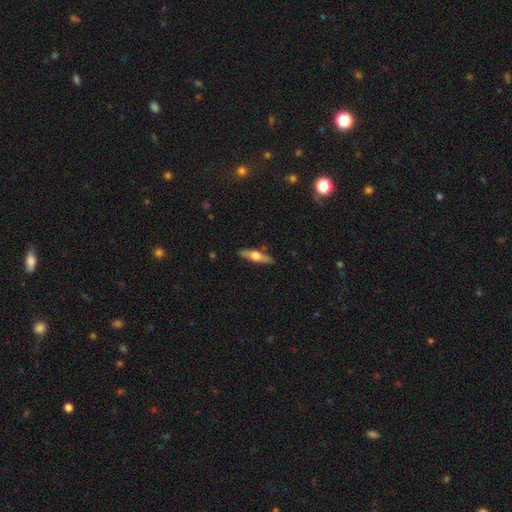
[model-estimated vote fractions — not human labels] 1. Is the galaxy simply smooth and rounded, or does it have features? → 57% featured or disk, 37% smooth, 6% star or artifact.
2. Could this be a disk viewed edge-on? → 93% yes, 7% no.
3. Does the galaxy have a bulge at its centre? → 93% rounded, 4% boxy, 2% none.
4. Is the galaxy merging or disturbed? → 86% none, 10% minor disturbance, 2% major disturbance, 2% merger.